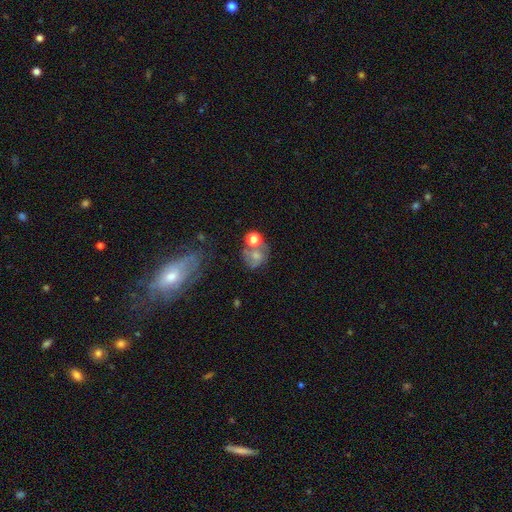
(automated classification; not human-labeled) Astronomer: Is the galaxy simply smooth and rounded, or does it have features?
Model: smooth — 53% (runner-up: featured or disk, 30%).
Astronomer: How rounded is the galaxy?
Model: round — 64%.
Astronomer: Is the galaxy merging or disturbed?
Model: none — 39% (runner-up: merger, 26%).